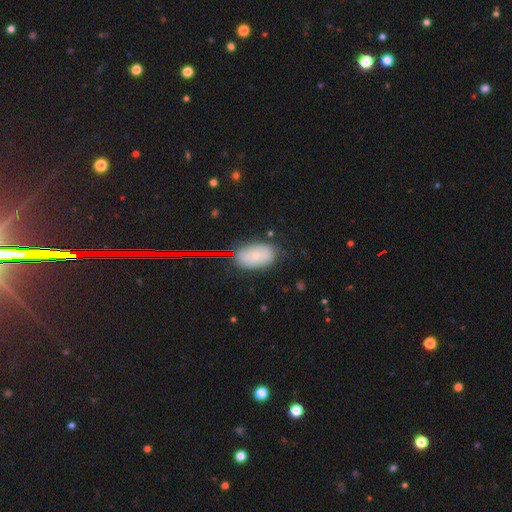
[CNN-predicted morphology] Smooth or featured?
  - smooth: 61% *
  - featured or disk: 27%
  - star or artifact: 12%
How rounded?
  - in between: 90% *
  - round: 8%
  - cigar-shaped: 2%
Merging?
  - none: 74% *
  - minor disturbance: 18%
  - major disturbance: 5%
  - merger: 3%